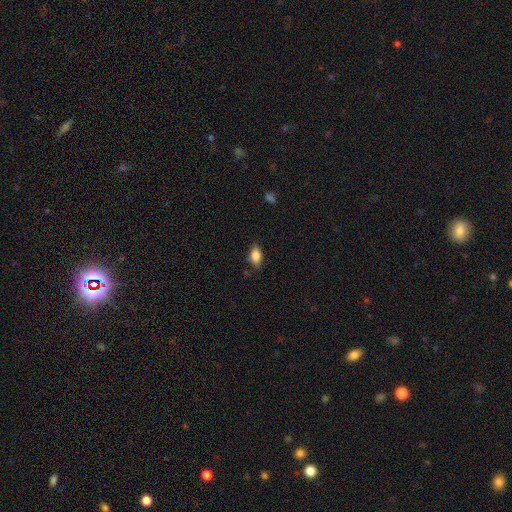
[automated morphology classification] The model was most divided on "merging": none: 75%, minor disturbance: 19%, major disturbance: 4%, merger: 2%. More confident: how rounded — in between (87%); smooth or featured — smooth (81%).